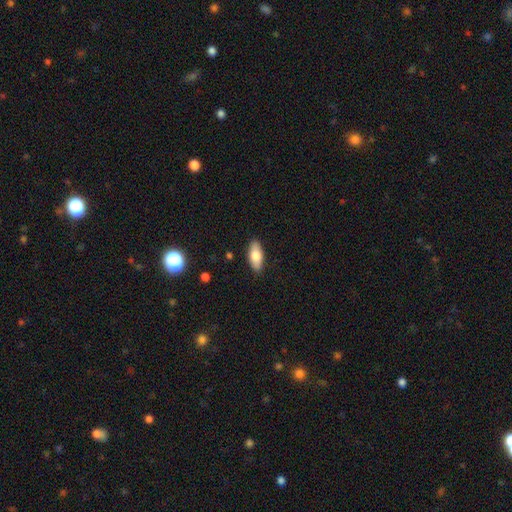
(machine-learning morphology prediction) Overall: smooth (76%). How rounded: in between (85%). Merging: none (89%).